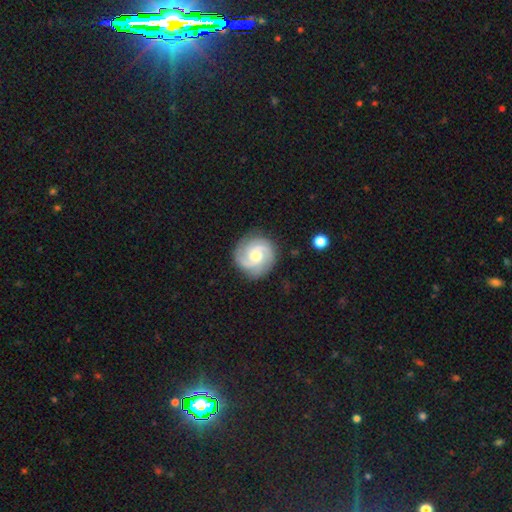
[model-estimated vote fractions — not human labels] smooth-or-featured: featured or disk: 83% | smooth: 12% | star or artifact: 5%
  disk-edge-on: no: 98% | yes: 2%
    bar: no: 62% | weak: 32% | strong: 6%
    has-spiral-arms: yes: 97% | no: 3%
      spiral-winding: tight: 51% | medium: 41% | loose: 9%
      spiral-arm-count: 3: 52% | 2: 26% | can't tell: 9% | 4: 6% | 1: 4% | more than 4: 4%
    bulge-size: moderate: 59% | small: 35% | large: 4% | none: 1% | dominant: 1%
  merging: none: 85% | minor disturbance: 11% | major disturbance: 3% | merger: 1%